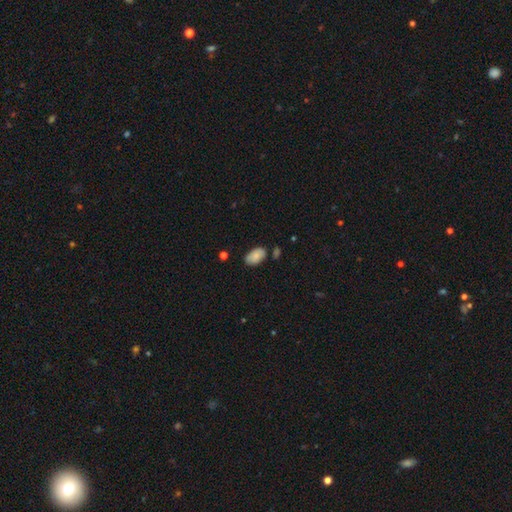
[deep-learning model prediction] This appears to be a smooth galaxy with no disk features (85%) that is in between round and cigar-shaped (94%). Merging: none (73%).